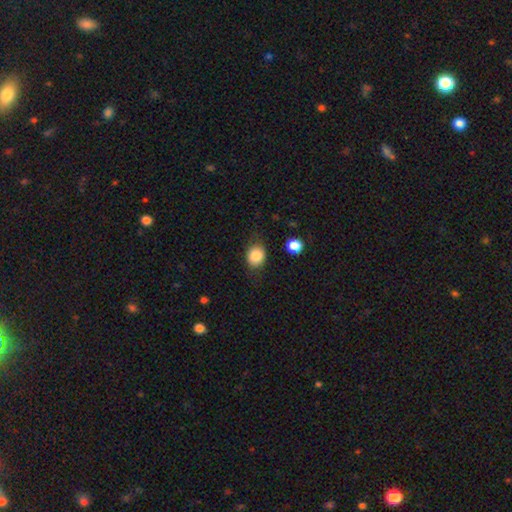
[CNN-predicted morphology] smooth_or_featured: smooth (p=0.84) [alt: star or artifact p=0.09]
how_rounded: round (p=0.61) [alt: in between p=0.38]
merging: none (p=0.76) [alt: minor disturbance p=0.16]